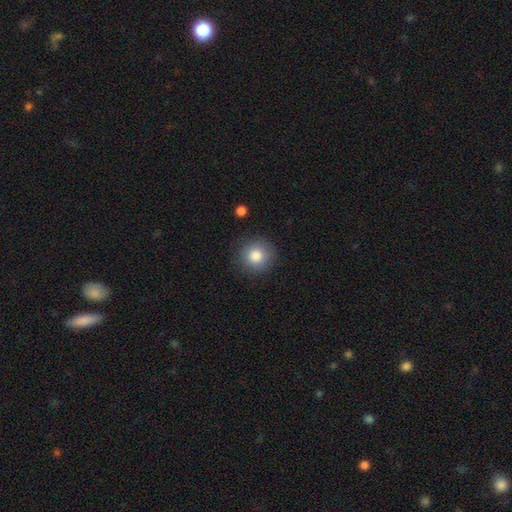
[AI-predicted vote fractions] This is clearly a smooth galaxy (83%). How rounded: clearly round (93%). Merging: clearly none (88%).